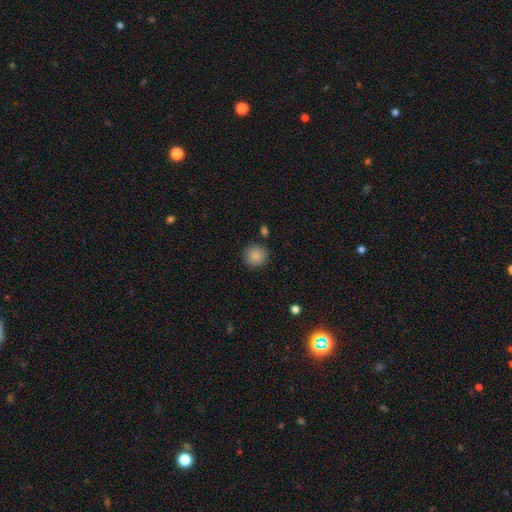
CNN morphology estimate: Smooth or featured? smooth (86%)
How rounded? round (93%)
Merging? none (86%)